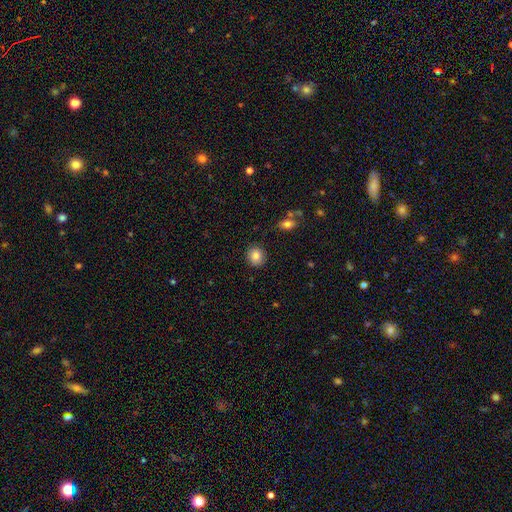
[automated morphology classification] smooth 84%, star or artifact 9%, featured or disk 7%. Down the decision tree: how rounded — round (82%); merging — none (88%).